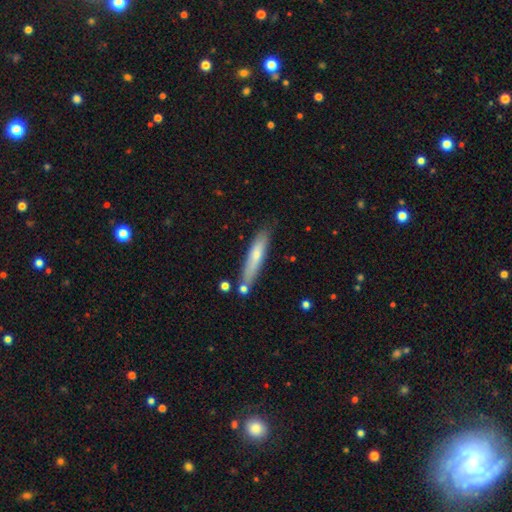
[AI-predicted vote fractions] The model was most divided on "smooth or featured": smooth: 64%, featured or disk: 30%, star or artifact: 6%. More confident: how rounded — cigar-shaped (88%); merging — none (75%).